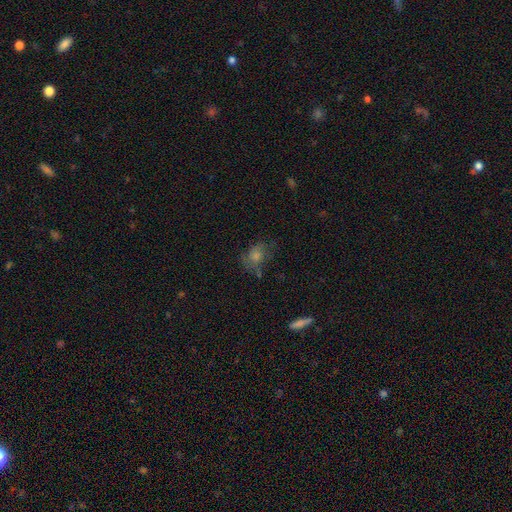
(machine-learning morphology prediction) smooth-or-featured: smooth: 49% | featured or disk: 28% | star or artifact: 23%
  merging: none: 60% | minor disturbance: 22% | major disturbance: 14% | merger: 4%